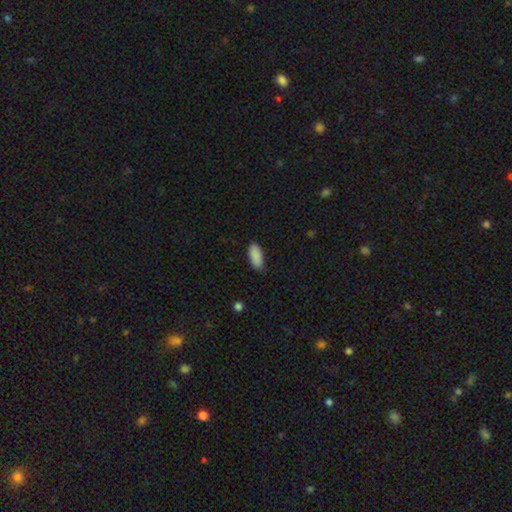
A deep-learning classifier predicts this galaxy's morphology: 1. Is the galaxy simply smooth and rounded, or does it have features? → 90% smooth, 6% star or artifact, 4% featured or disk.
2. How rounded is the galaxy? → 88% in between, 11% cigar-shaped, 2% round.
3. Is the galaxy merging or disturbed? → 83% none, 14% minor disturbance, 2% major disturbance, 1% merger.